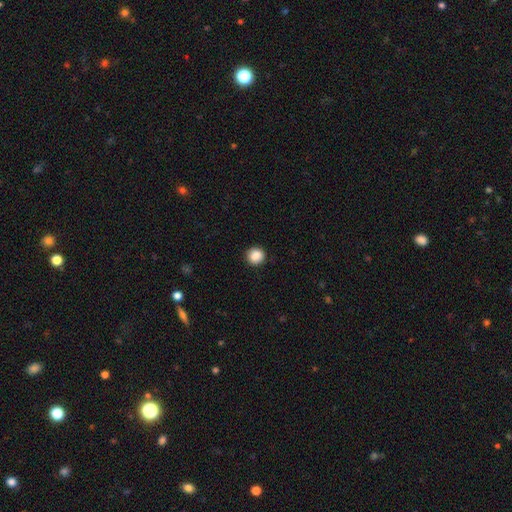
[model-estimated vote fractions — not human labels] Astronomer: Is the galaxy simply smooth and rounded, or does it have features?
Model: smooth — 88%.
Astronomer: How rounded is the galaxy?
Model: round — 93%.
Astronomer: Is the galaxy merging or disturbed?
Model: none — 92%.